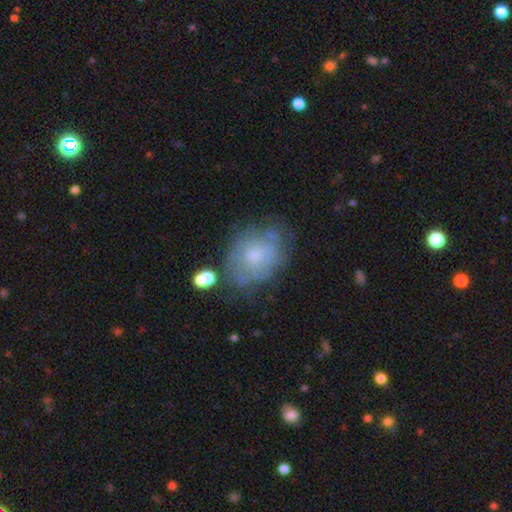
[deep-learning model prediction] The model was most divided on "smooth or featured": featured or disk: 47%, smooth: 43%, star or artifact: 10%. More confident: merging — none (54%).